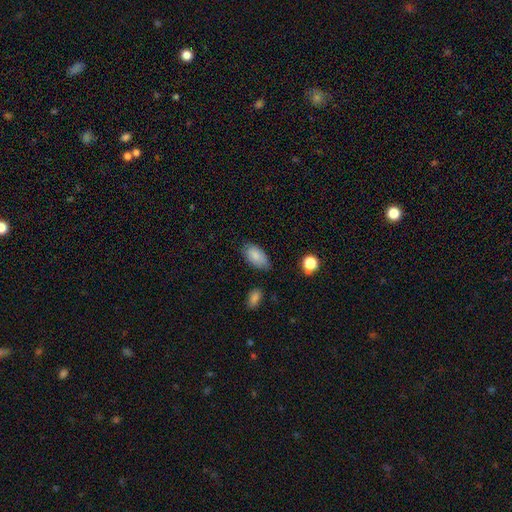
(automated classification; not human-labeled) Smooth or featured: smooth — 83% (featured or disk — 10%)
How rounded: in between — 94% (round — 4%)
Merging: none — 74% (minor disturbance — 19%)